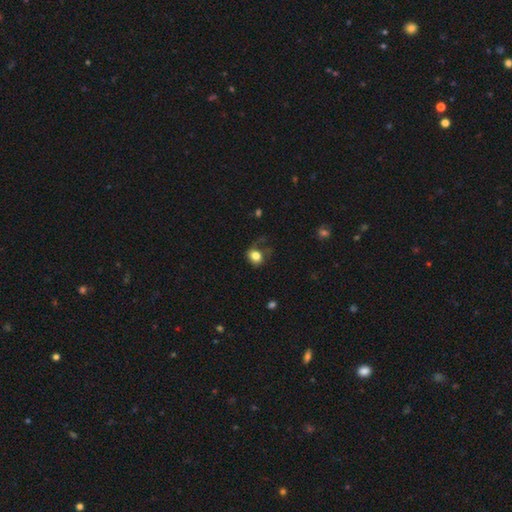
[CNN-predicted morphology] Q: Smooth or featured?
A: smooth (79%); runner-up: featured or disk (11%)
Q: How rounded?
A: round (55%); runner-up: in between (44%)
Q: Merging?
A: none (48%); runner-up: minor disturbance (26%)